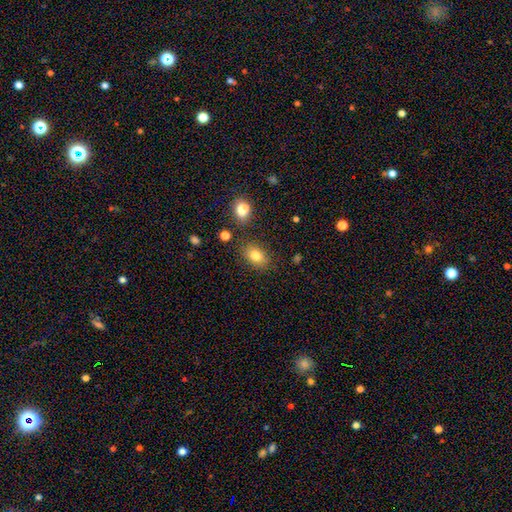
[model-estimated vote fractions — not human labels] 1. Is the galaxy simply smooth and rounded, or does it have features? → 81% smooth, 11% star or artifact, 9% featured or disk.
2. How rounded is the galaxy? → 73% in between, 26% round, 1% cigar-shaped.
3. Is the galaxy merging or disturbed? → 80% none, 12% minor disturbance, 5% merger, 4% major disturbance.